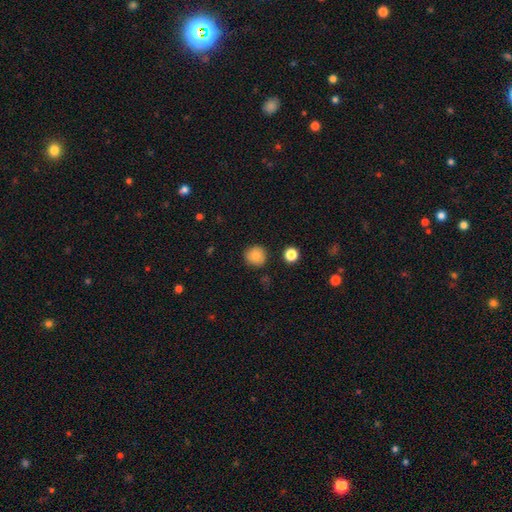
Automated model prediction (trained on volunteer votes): Smooth or featured? smooth (85%)
How rounded? round (93%)
Merging? none (88%)